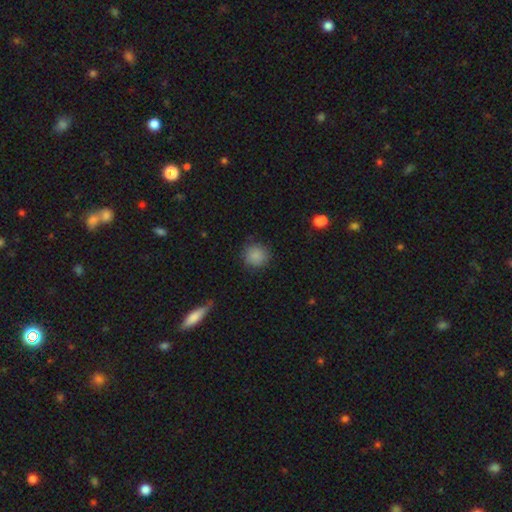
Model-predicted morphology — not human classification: smooth_or_featured: smooth (p=0.86) [alt: star or artifact p=0.09]
how_rounded: round (p=0.91) [alt: in between p=0.08]
merging: none (p=0.86) [alt: minor disturbance p=0.10]